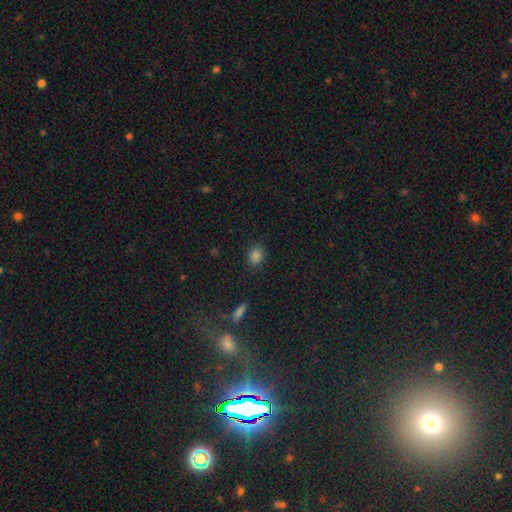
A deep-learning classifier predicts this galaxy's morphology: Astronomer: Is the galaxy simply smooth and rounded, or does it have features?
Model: smooth — 83%.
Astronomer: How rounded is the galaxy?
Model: round — 50% (runner-up: in between, 48%).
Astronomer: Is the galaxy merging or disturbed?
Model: none — 85%.